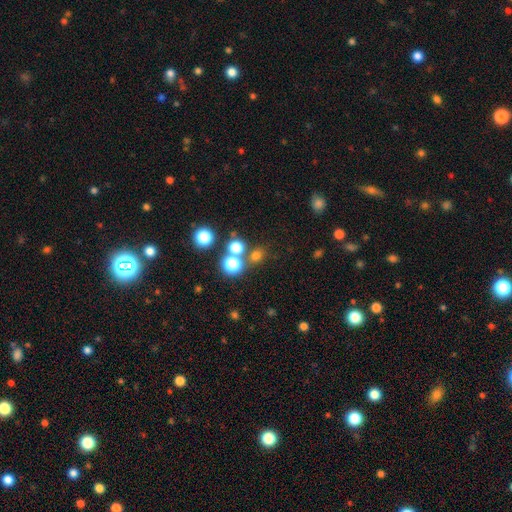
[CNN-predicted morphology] Q: Smooth or featured?
A: smooth (67%); runner-up: star or artifact (26%)
Q: How rounded?
A: round (82%); runner-up: in between (17%)
Q: Merging?
A: none (70%); runner-up: merger (18%)